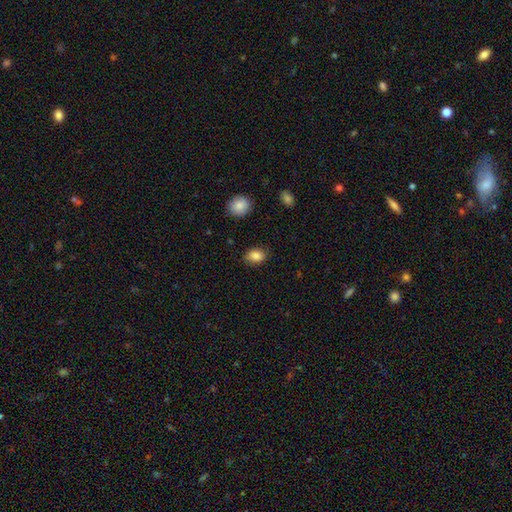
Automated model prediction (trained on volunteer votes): This appears to be a smooth galaxy with no disk features (86%) that is in between round and cigar-shaped (75%). Merging: none (86%).